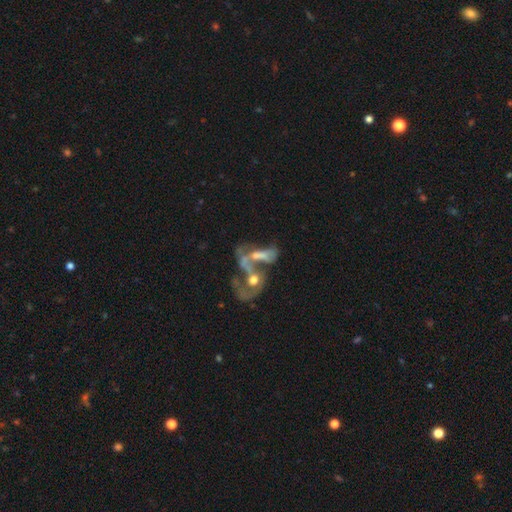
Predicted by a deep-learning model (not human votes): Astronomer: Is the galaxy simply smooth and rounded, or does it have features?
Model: featured or disk — 65%.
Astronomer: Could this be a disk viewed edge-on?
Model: no — 93%.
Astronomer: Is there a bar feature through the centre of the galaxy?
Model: no — 70%.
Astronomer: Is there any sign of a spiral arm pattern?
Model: yes — 51% (runner-up: no, 49%).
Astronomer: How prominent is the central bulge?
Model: moderate — 43% (runner-up: small, 26%).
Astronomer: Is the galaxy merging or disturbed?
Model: merger — 65%.